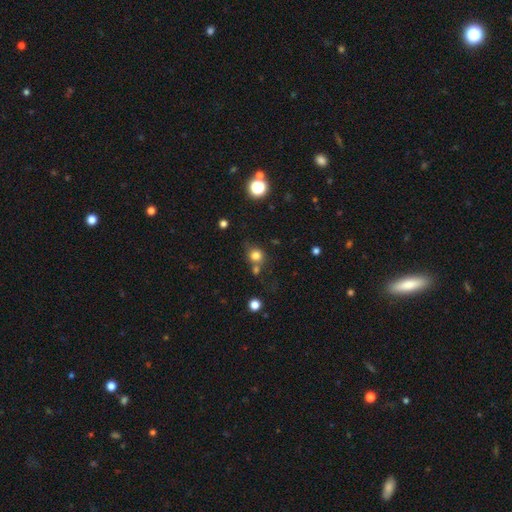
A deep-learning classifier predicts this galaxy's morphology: Smooth or featured: smooth — 79% (star or artifact — 14%)
How rounded: round — 83% (in between — 16%)
Merging: none — 59% (merger — 22%)